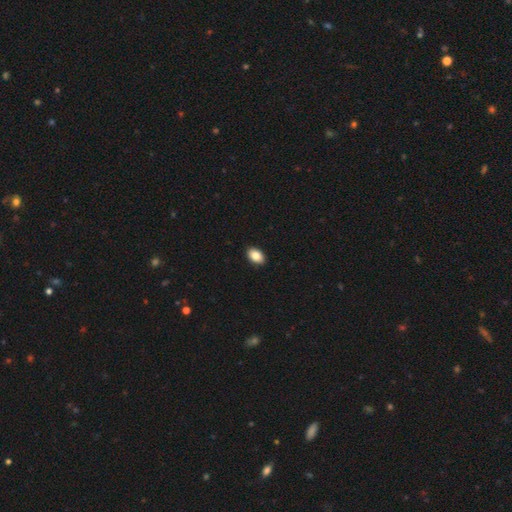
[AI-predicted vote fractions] Smooth or featured: smooth — 86% (star or artifact — 8%)
How rounded: in between — 89% (round — 10%)
Merging: none — 91% (minor disturbance — 7%)